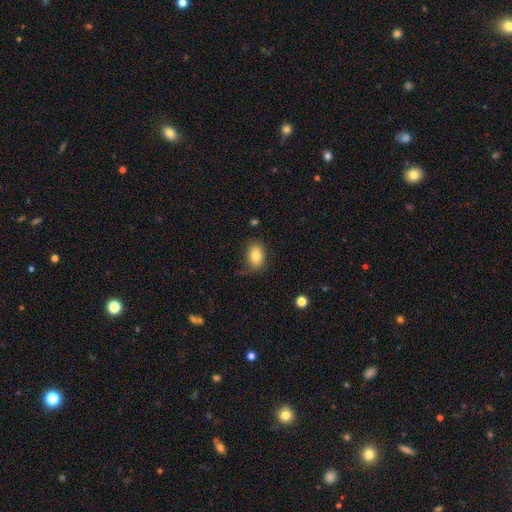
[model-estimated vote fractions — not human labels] smooth 81%, featured or disk 10%, star or artifact 9%. Down the decision tree: how rounded — in between (81%); merging — none (71%).